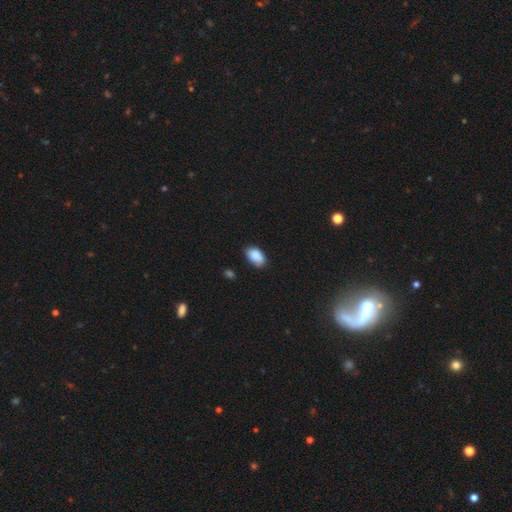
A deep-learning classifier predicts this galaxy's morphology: Smooth or featured?
  - smooth: 89% *
  - star or artifact: 7%
  - featured or disk: 4%
How rounded?
  - in between: 93% *
  - round: 6%
  - cigar-shaped: 1%
Merging?
  - none: 73% *
  - minor disturbance: 21%
  - major disturbance: 3%
  - merger: 2%